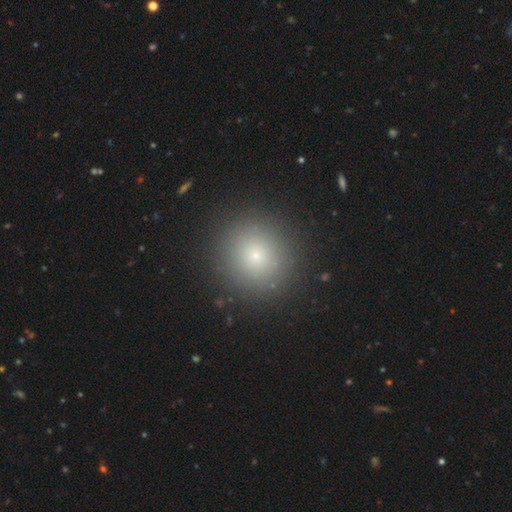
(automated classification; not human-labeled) smooth 75%, star or artifact 16%, featured or disk 9%. Down the decision tree: how rounded — round (93%); merging — none (90%).